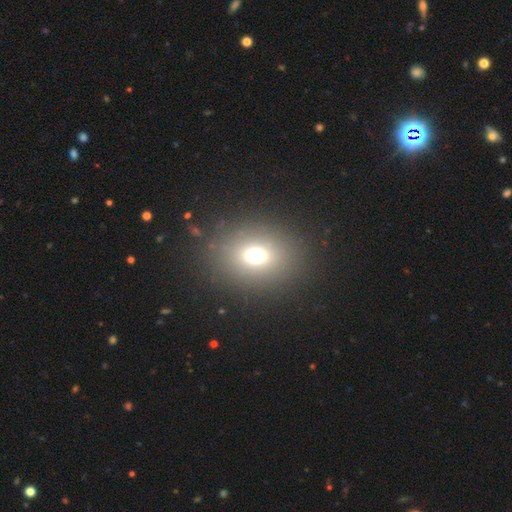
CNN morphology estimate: Smooth or featured? smooth (66%)
How rounded? round (61%)
Merging? none (85%)